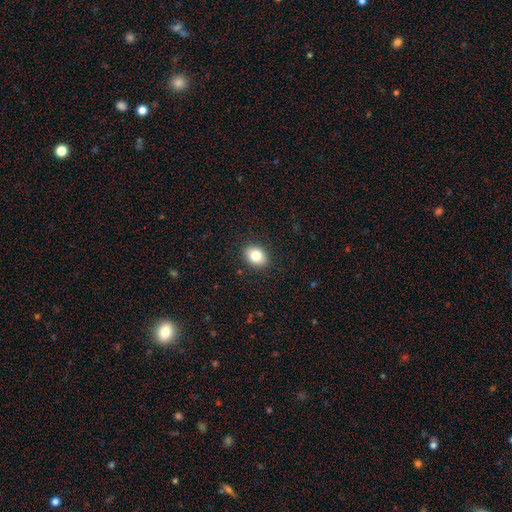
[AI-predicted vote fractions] Smooth or featured? Predicted: smooth (p=0.83). How rounded? Predicted: in between (p=0.68). Merging? Predicted: none (p=0.89).